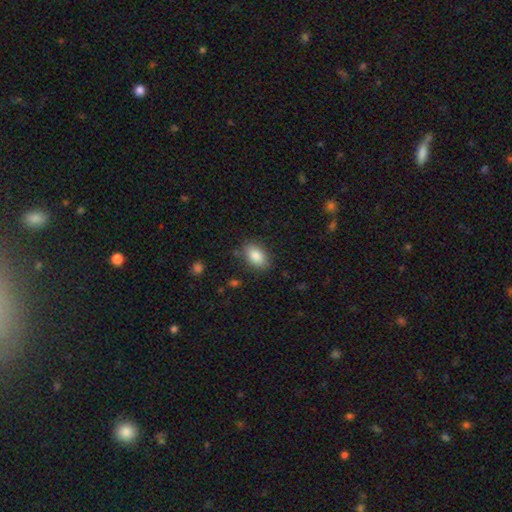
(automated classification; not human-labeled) smooth 87%, star or artifact 7%, featured or disk 6%. Down the decision tree: how rounded — in between (89%); merging — none (82%).